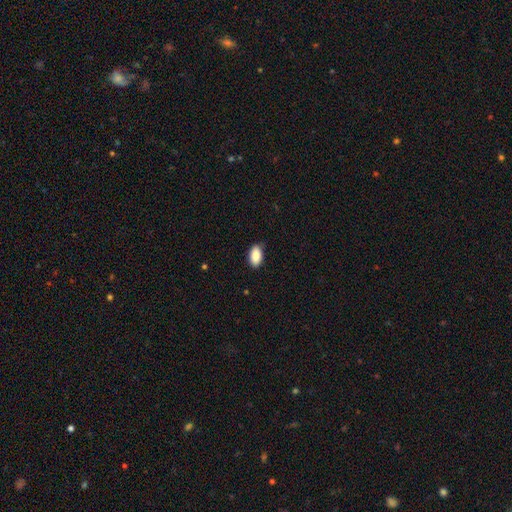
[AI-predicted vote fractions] This appears to be a smooth galaxy with no disk features (89%) that is in between round and cigar-shaped (93%). Merging: none (81%).